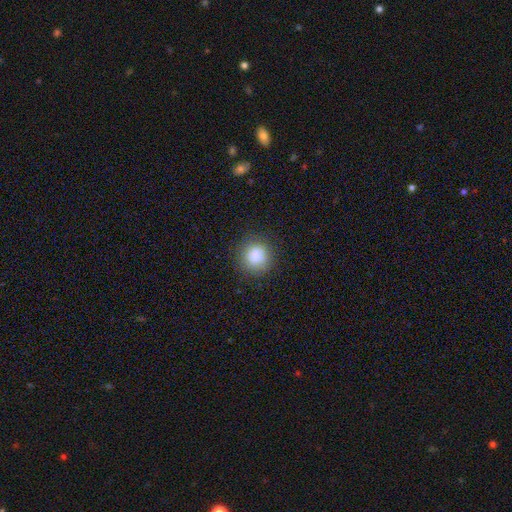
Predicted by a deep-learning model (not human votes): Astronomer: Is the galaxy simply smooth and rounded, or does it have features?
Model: smooth — 87%.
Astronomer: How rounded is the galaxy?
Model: round — 91%.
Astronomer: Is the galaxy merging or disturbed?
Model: none — 87%.